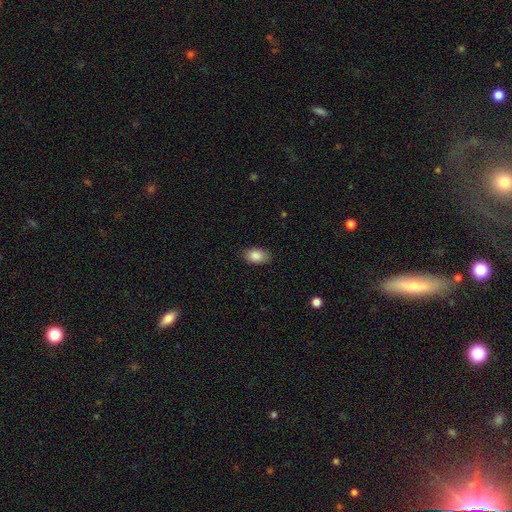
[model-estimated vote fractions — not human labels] smooth 88%, star or artifact 7%, featured or disk 5%. Down the decision tree: how rounded — in between (89%); merging — none (85%).